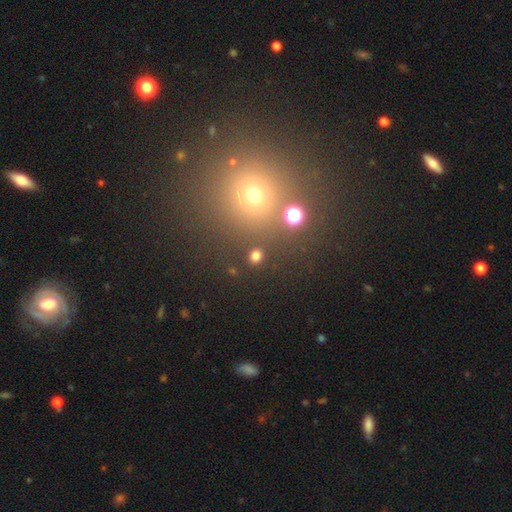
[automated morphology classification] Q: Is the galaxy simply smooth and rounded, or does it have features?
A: smooth — 74%.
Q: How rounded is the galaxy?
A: round — 76%.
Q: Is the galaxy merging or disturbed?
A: none — 87%.